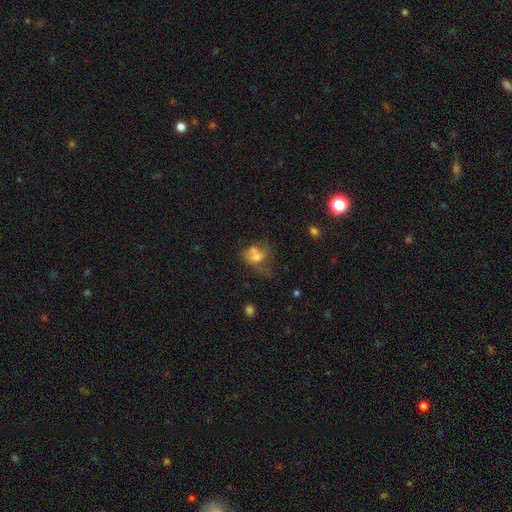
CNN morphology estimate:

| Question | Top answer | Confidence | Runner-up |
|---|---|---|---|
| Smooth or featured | smooth | 53% | featured or disk (32%) |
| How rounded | in between | 63% | round (35%) |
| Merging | merger | 32% | major disturbance (26%) |